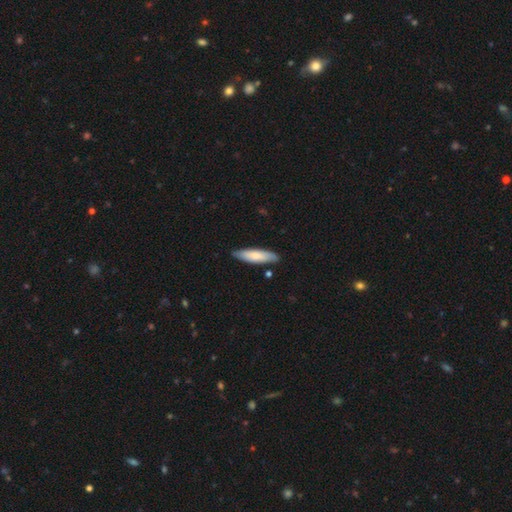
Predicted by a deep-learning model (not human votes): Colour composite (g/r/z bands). It shows a smooth galaxy with no disk features (72%) that is cigar-shaped (63%). Merging: none (83%).